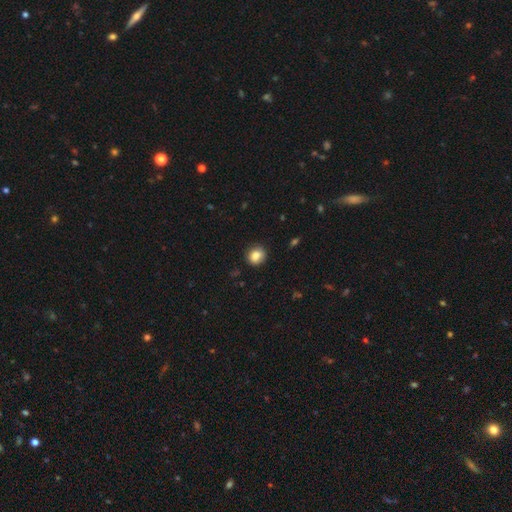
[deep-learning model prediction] Q: Smooth or featured?
A: smooth (84%); runner-up: star or artifact (9%)
Q: How rounded?
A: round (83%); runner-up: in between (16%)
Q: Merging?
A: none (85%); runner-up: minor disturbance (11%)